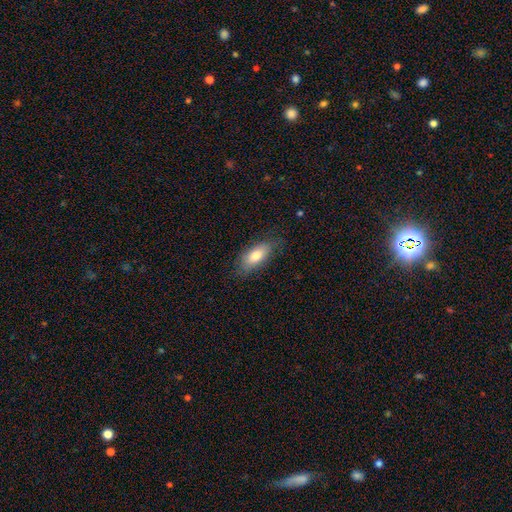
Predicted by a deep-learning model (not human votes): Q: Smooth or featured?
A: smooth (76%); runner-up: featured or disk (17%)
Q: How rounded?
A: in between (84%); runner-up: cigar-shaped (13%)
Q: Merging?
A: none (76%); runner-up: minor disturbance (18%)